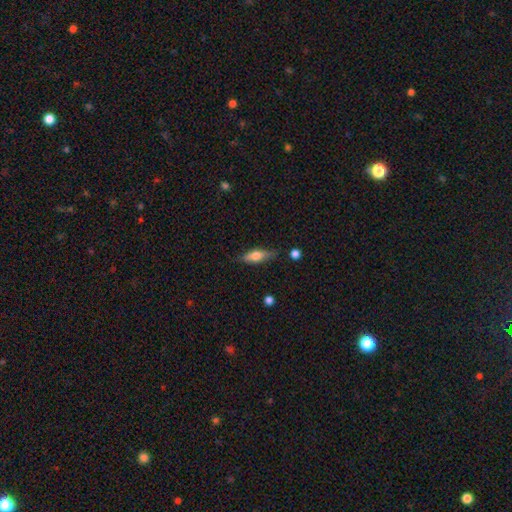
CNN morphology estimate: Smooth or featured? Predicted: smooth (p=0.58). How rounded? Predicted: in between (p=0.55). Merging? Predicted: none (p=0.76).